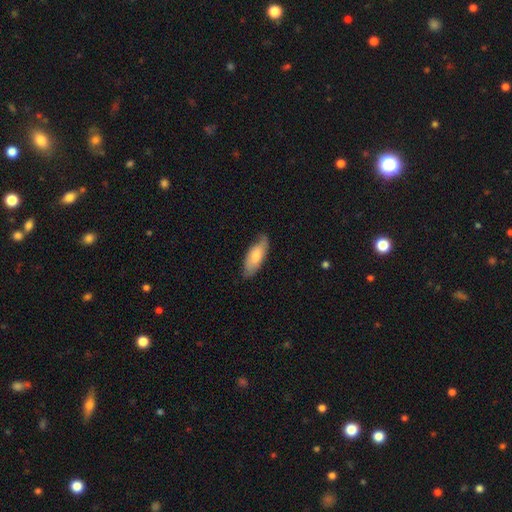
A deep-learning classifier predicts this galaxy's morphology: The model was most divided on "merging": none: 70%, minor disturbance: 24%, major disturbance: 4%, merger: 1%. More confident: how rounded — in between (76%); smooth or featured — smooth (71%).